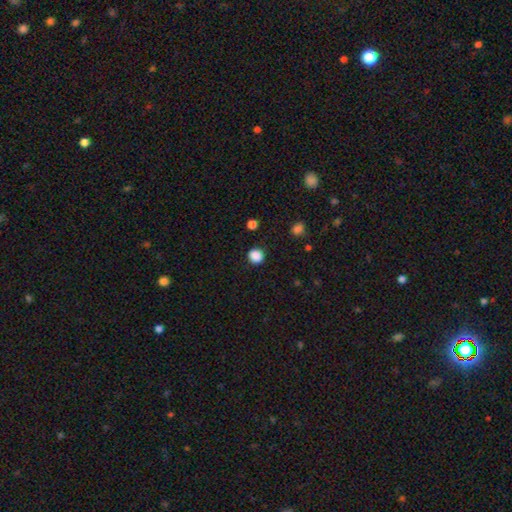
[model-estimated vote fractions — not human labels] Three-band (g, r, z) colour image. It shows a smooth galaxy with no disk features (87%) that is round (90%). Merging: none (90%).